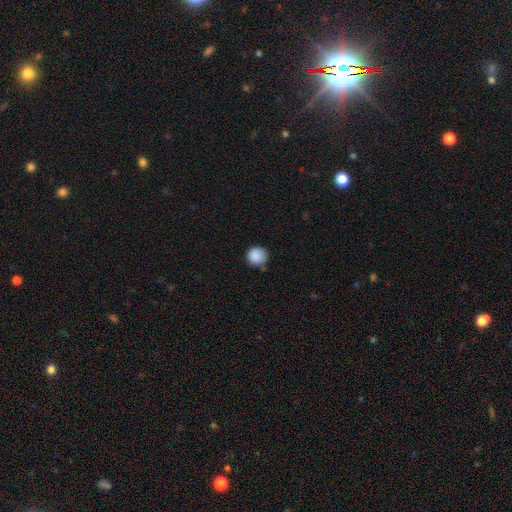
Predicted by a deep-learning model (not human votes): A smooth galaxy with no disk features (88%) that is round (92%). Merging: none (75%).